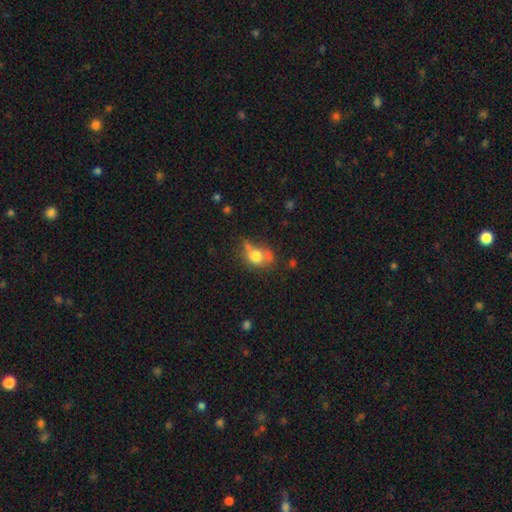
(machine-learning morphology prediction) Smooth or featured? smooth (68%)
How rounded? in between (51%)
Merging? none (38%)